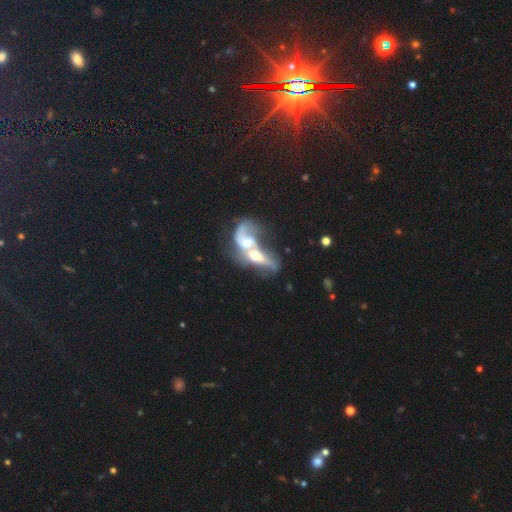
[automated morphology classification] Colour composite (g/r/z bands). It shows a featured or disk galaxy (67%) with no bar (66%), spiral arms (56%) and a moderate central bulge (57%). Merging: merger (79%).